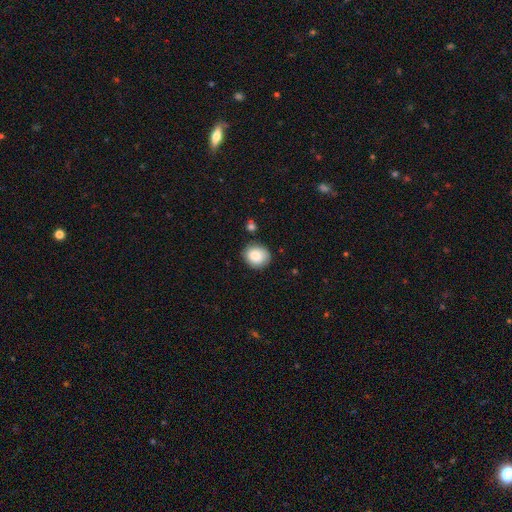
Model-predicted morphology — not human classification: A smooth galaxy with no disk features (85%) that is round (74%). Merging: none (81%).